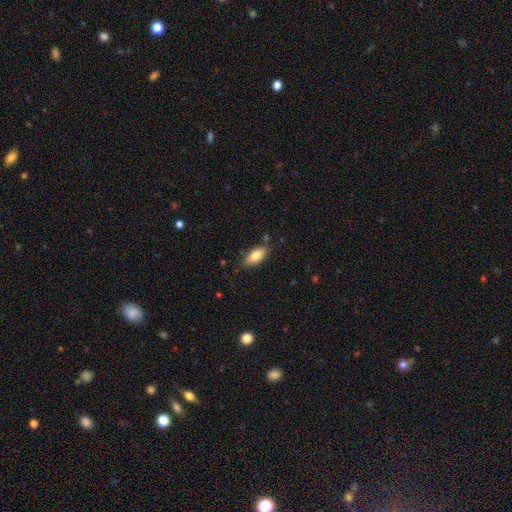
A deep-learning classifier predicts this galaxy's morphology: Q: Smooth or featured?
A: smooth (78%); runner-up: featured or disk (15%)
Q: How rounded?
A: in between (82%); runner-up: cigar-shaped (16%)
Q: Merging?
A: none (80%); runner-up: minor disturbance (15%)